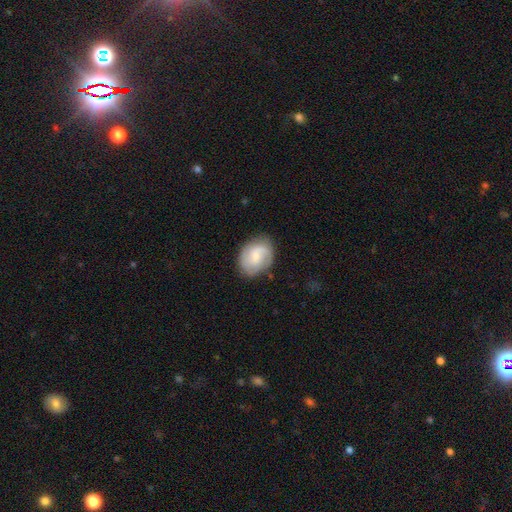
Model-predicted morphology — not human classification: smooth_or_featured: featured or disk (p=0.56) [alt: smooth p=0.38]
disk_edge_on: no (p=0.97) [alt: yes p=0.03]
bar: no (p=0.51) [alt: weak p=0.42]
has_spiral_arms: yes (p=0.87) [alt: no p=0.13]
bulge_size: small (p=0.59) [alt: moderate p=0.33]
merging: none (p=0.74) [alt: minor disturbance p=0.19]